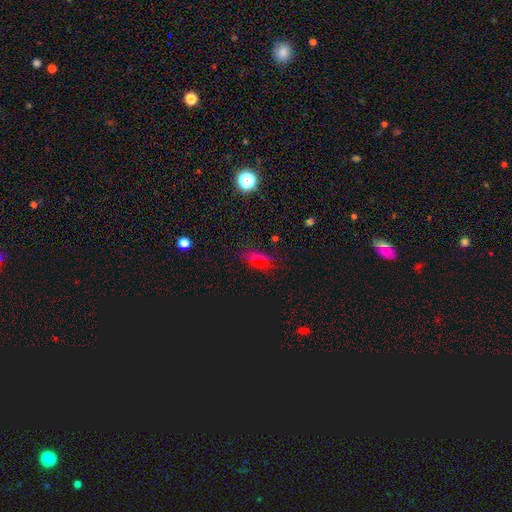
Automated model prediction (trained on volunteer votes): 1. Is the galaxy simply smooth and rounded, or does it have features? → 55% smooth, 33% star or artifact, 12% featured or disk.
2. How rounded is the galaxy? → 74% in between, 15% cigar-shaped, 11% round.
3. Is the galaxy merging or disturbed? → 77% none, 15% minor disturbance, 5% major disturbance, 2% merger.